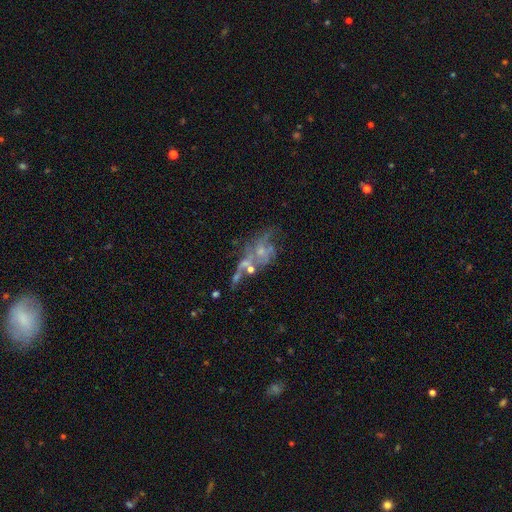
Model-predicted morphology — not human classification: This appears to be a featured or disk galaxy (57%) with no bar (75%), spiral arms (56%) and a small central bulge (56%). Merging: none (40%).